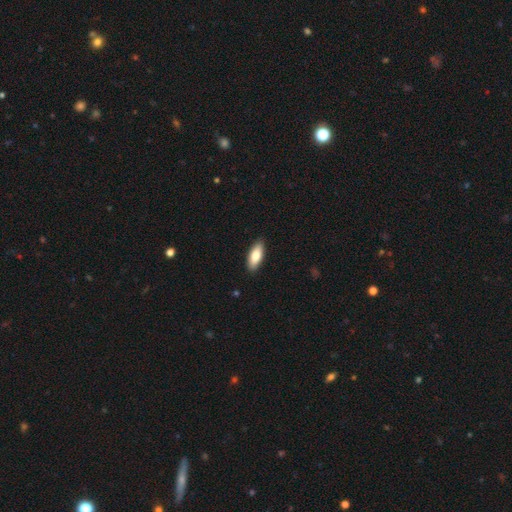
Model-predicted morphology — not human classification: Overall: smooth (80%). How rounded: in between (74%). Merging: none (89%).